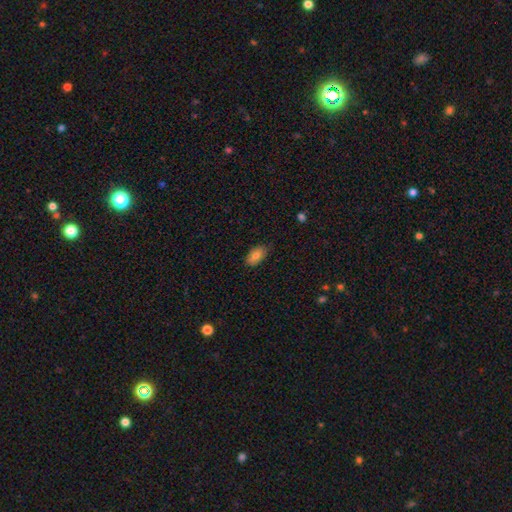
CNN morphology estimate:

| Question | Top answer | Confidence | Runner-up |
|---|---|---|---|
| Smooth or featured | smooth | 81% | featured or disk (12%) |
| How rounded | in between | 93% | round (5%) |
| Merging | none | 78% | minor disturbance (18%) |